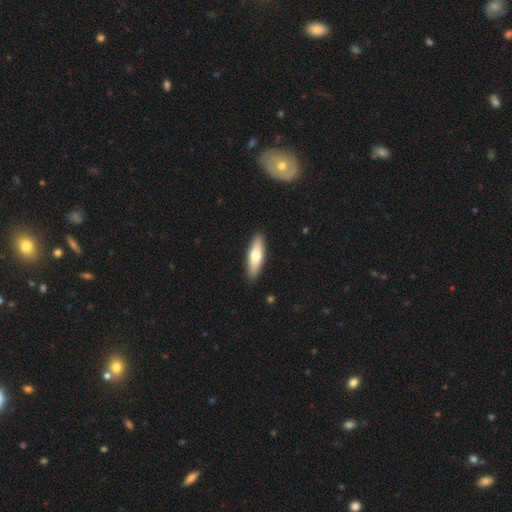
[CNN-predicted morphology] Smooth or featured? Predicted: smooth (p=0.63). How rounded? Predicted: cigar-shaped (p=0.52). Merging? Predicted: none (p=0.91).